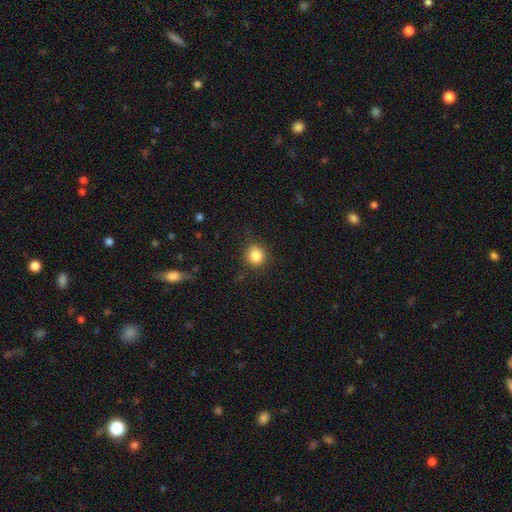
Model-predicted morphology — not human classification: Smooth or featured? Predicted: smooth (p=0.85). How rounded? Predicted: round (p=0.90). Merging? Predicted: none (p=0.85).